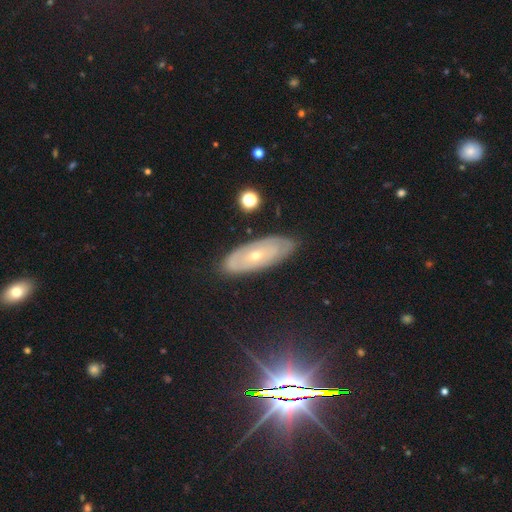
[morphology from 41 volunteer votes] This appears to be a featured or disk galaxy (73%) with no bar (85%), tight (76%) spiral arms (65%) and a small central bulge (73%). Merging: none (92%).